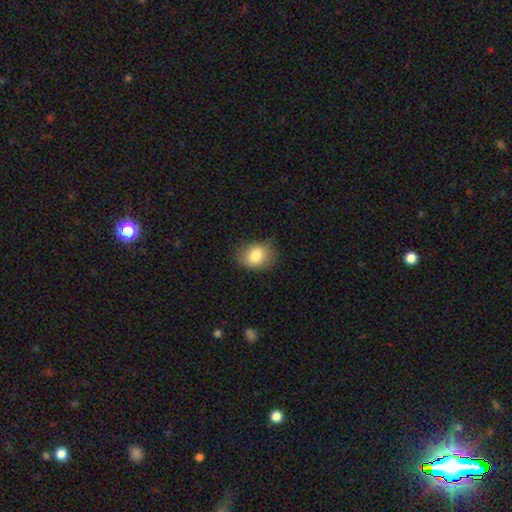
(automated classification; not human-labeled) smooth-or-featured: smooth: 80% | featured or disk: 11% | star or artifact: 9%
  how-rounded: in between: 55% | round: 44% | cigar-shaped: 1%
  merging: none: 66% | minor disturbance: 26% | major disturbance: 6% | merger: 1%